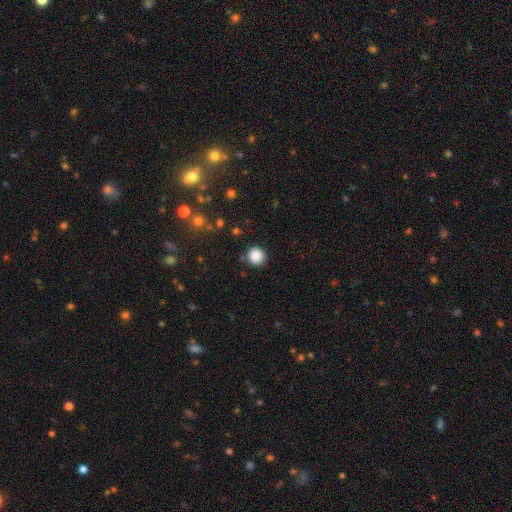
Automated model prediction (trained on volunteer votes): The model was most divided on "smooth or featured": smooth: 87%, star or artifact: 10%, featured or disk: 4%. More confident: how rounded — round (93%); merging — none (88%).